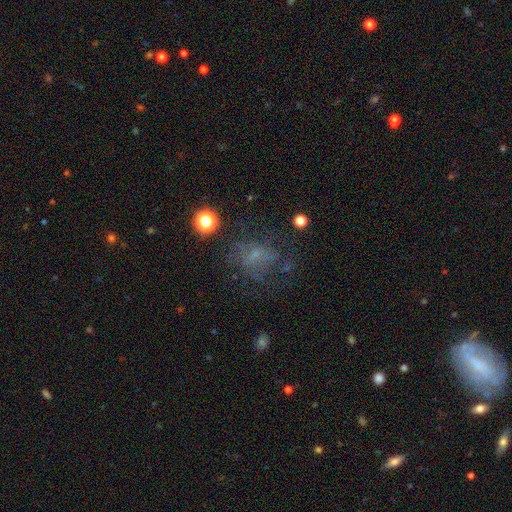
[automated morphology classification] This is marginally a featured or disk galaxy (38%). Merging: possibly none (48%).